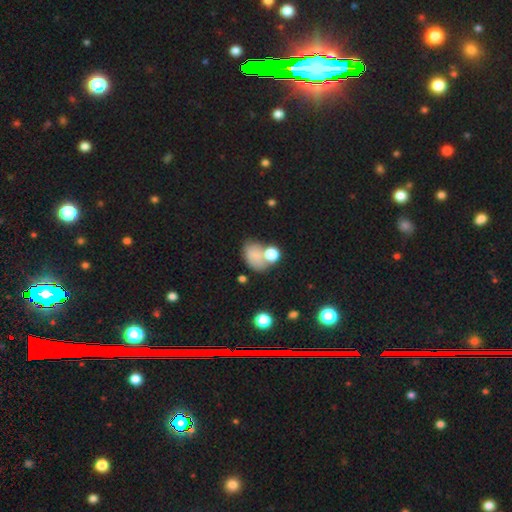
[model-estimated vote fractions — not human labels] smooth-or-featured: smooth: 74% | star or artifact: 14% | featured or disk: 12%
  how-rounded: in between: 71% | round: 28% | cigar-shaped: 1%
  merging: none: 41% | merger: 26% | minor disturbance: 20% | major disturbance: 13%